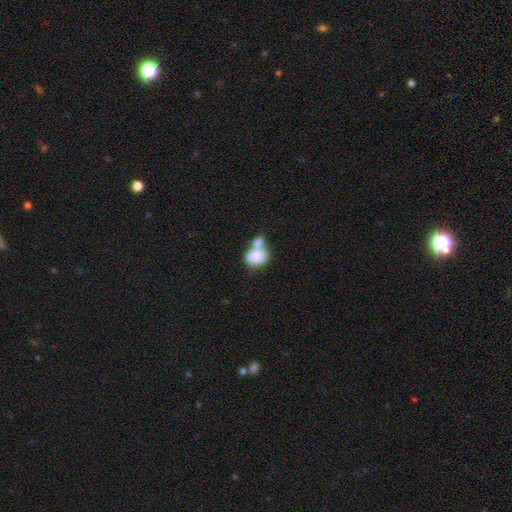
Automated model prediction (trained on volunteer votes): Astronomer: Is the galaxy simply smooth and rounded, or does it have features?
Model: smooth — 80%.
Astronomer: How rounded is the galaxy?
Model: in between — 75%.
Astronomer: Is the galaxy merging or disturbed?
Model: merger — 63%.